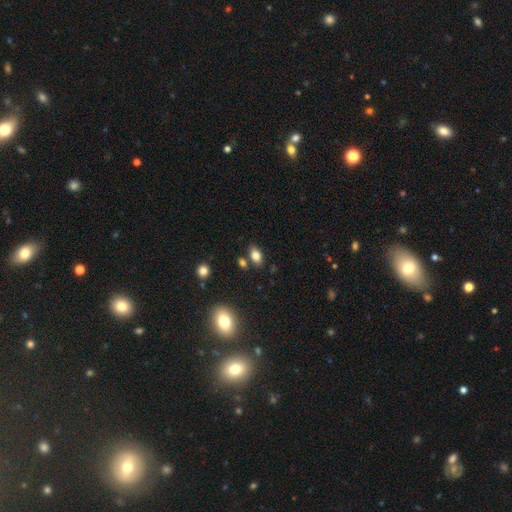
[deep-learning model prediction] The model was most divided on "merging": none: 78%, minor disturbance: 11%, merger: 8%, major disturbance: 3%. More confident: how rounded — in between (87%); smooth or featured — smooth (80%).